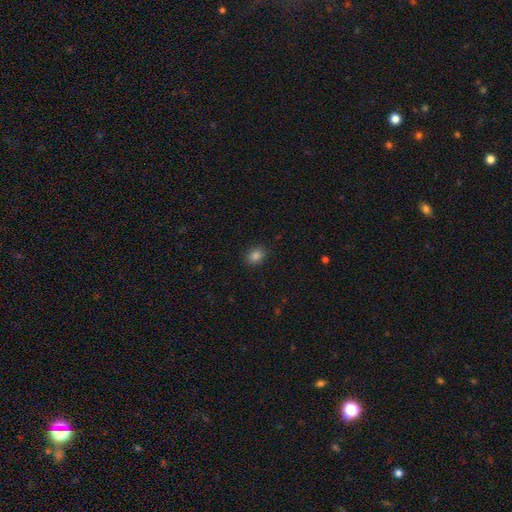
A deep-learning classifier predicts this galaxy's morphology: Smooth or featured? Predicted: smooth (p=0.83). How rounded? Predicted: in between (p=0.56). Merging? Predicted: none (p=0.88).